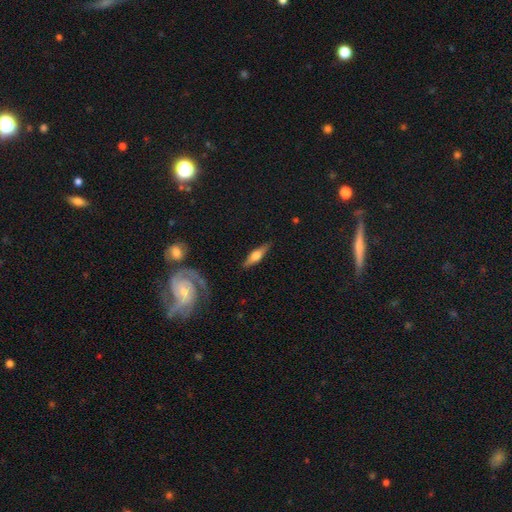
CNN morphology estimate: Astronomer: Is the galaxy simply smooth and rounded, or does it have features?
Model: featured or disk — 58% (runner-up: smooth, 36%).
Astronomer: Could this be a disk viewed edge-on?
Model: yes — 89%.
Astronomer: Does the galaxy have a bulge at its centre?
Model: rounded — 89%.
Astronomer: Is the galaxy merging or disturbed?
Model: none — 84%.